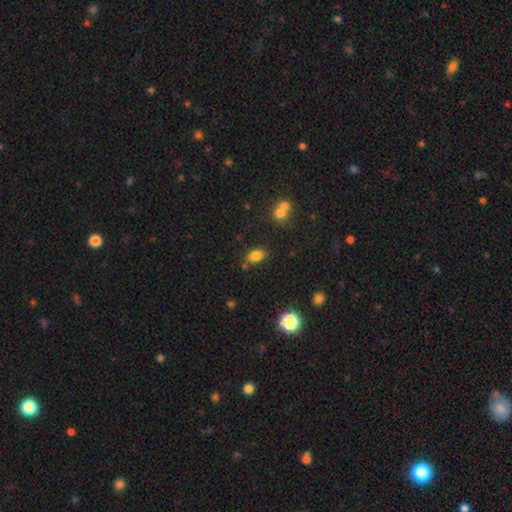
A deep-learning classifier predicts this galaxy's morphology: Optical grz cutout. It shows a smooth galaxy with no disk features (81%) that is in between round and cigar-shaped (84%). Merging: none (74%).